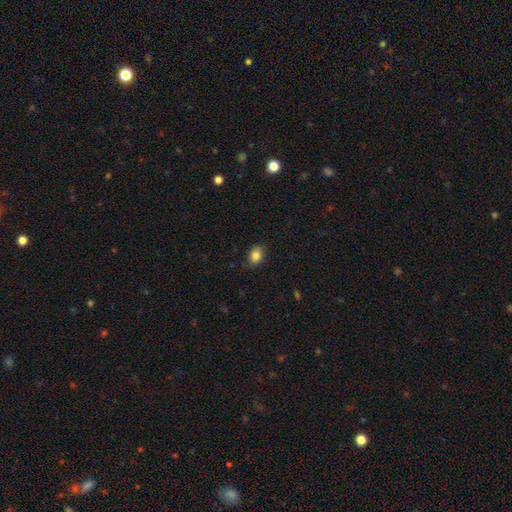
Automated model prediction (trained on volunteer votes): A smooth galaxy with no disk features (84%) that is in between round and cigar-shaped (67%).

Vote fractions:
- Smooth or featured? smooth: 84% / star or artifact: 9% / featured or disk: 7%
- How rounded? in between: 67% / round: 31% / cigar-shaped: 1%
- Merging? none: 78% / minor disturbance: 18% / major disturbance: 3% / merger: 1%